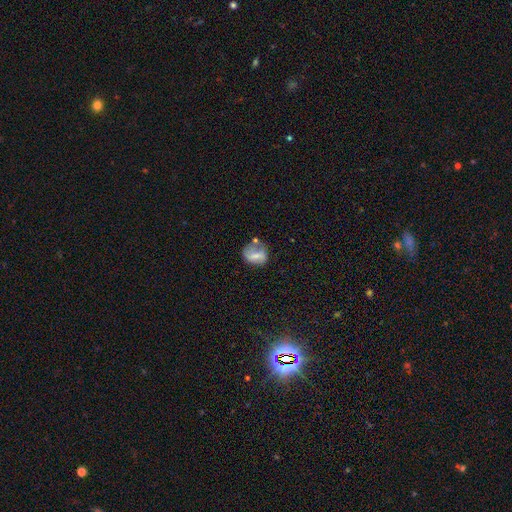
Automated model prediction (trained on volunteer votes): This is possibly a smooth galaxy (53%). How rounded: possibly round (59%). Merging: possibly none (49%).